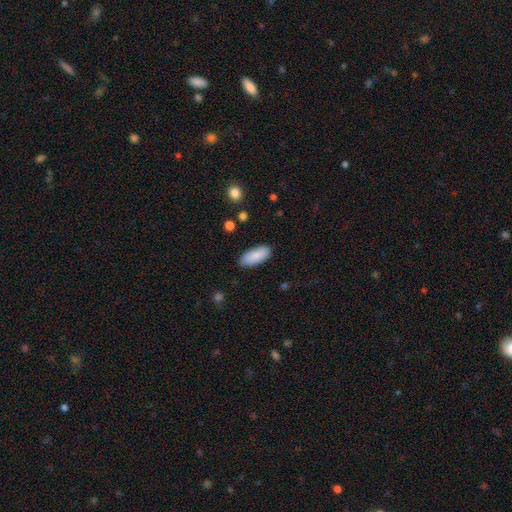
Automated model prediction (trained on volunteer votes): A smooth galaxy with no disk features (86%) that is in between round and cigar-shaped (88%).

Vote fractions:
- Smooth or featured? smooth: 86% / featured or disk: 8% / star or artifact: 6%
- How rounded? in between: 88% / cigar-shaped: 10% / round: 2%
- Merging? none: 86% / minor disturbance: 11% / major disturbance: 2% / merger: 1%